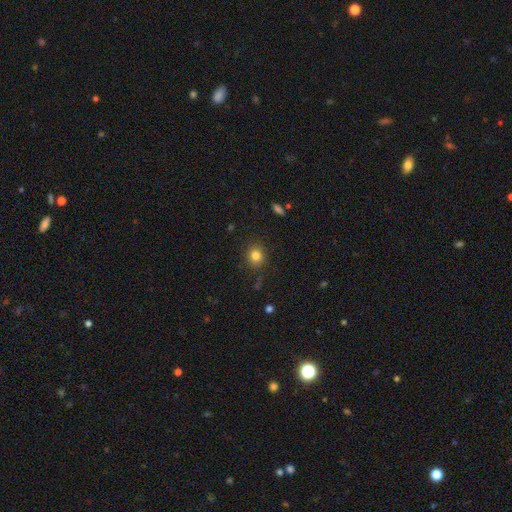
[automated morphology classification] Smooth or featured? Predicted: smooth (p=0.81). How rounded? Predicted: round (p=0.75). Merging? Predicted: none (p=0.86).